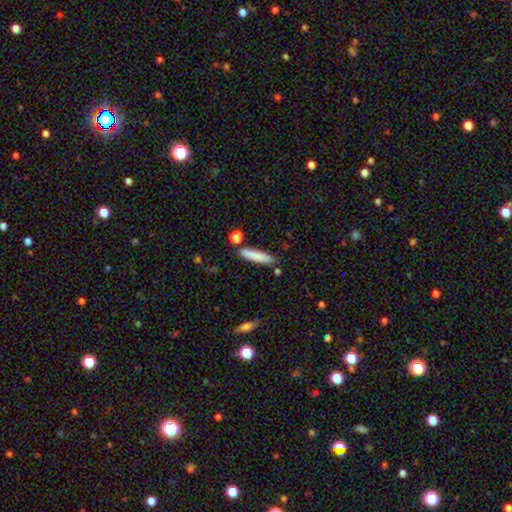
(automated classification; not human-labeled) This appears to be a smooth galaxy with no disk features (82%) that is cigar-shaped (87%). Merging: none (82%).